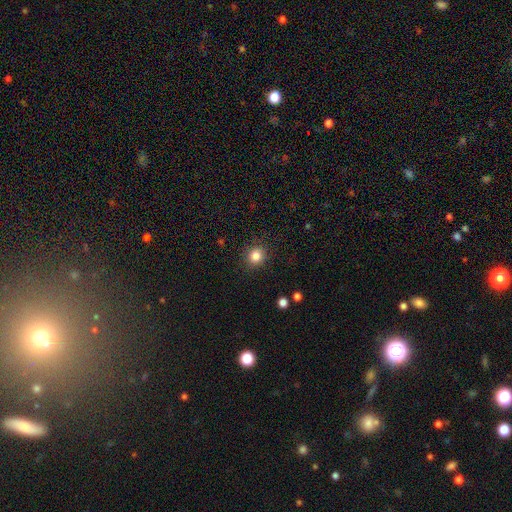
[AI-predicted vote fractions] Overall: smooth (83%). How rounded: round (85%). Merging: none (90%).